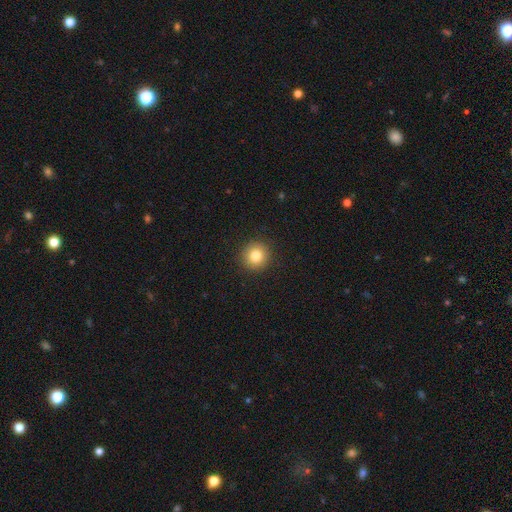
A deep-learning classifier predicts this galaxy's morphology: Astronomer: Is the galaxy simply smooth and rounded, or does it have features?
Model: smooth — 82%.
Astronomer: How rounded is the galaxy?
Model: round — 93%.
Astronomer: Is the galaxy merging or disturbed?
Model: none — 92%.